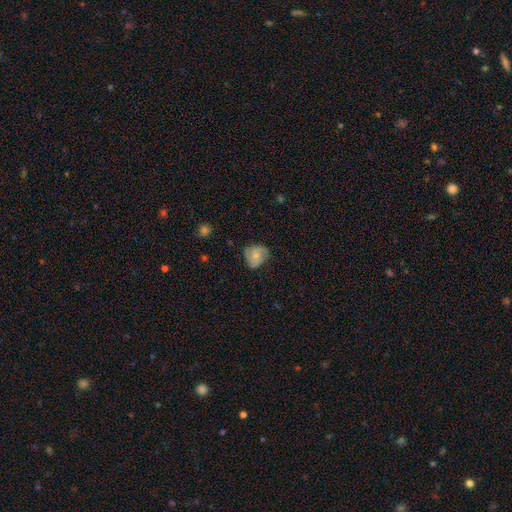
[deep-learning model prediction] Smooth or featured: smooth — 47% (featured or disk — 45%)
Merging: none — 59% (minor disturbance — 30%)